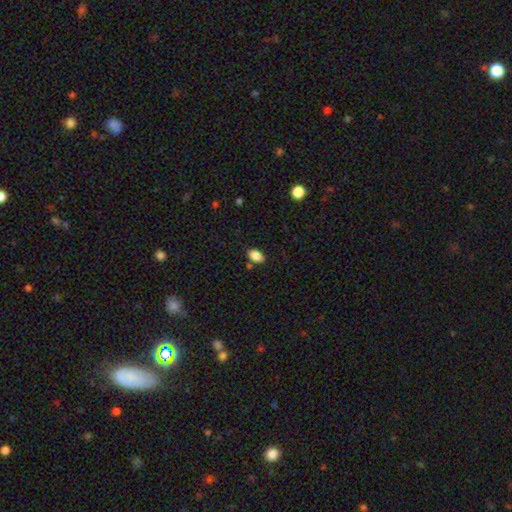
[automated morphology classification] Smooth or featured? Predicted: smooth (p=0.86). How rounded? Predicted: in between (p=0.91). Merging? Predicted: none (p=0.80).